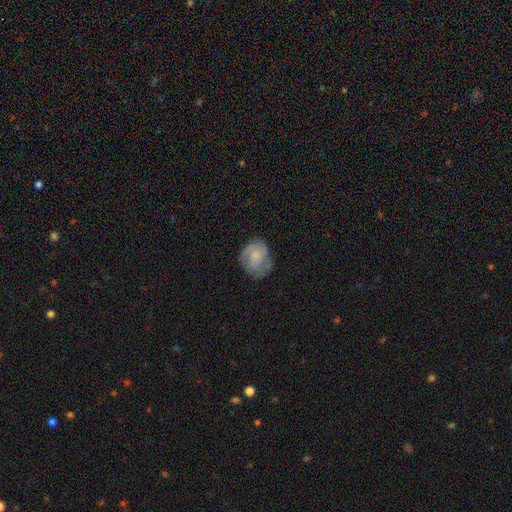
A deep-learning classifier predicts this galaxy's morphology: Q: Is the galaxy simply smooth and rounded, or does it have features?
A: smooth — 51%.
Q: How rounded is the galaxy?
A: round — 62%.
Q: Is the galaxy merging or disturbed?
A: none — 58%.